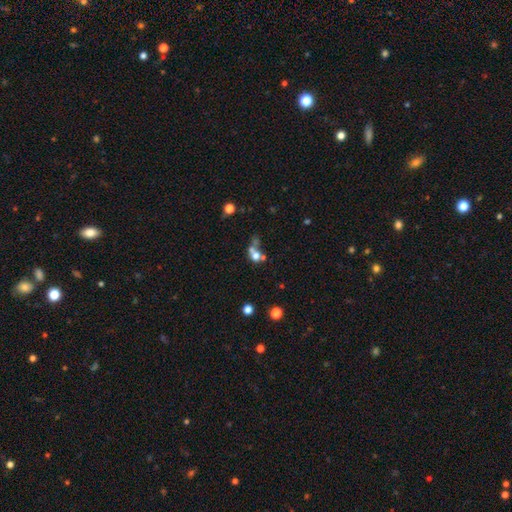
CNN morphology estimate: Smooth or featured: smooth — 60% (featured or disk — 21%)
How rounded: round — 64% (in between — 33%)
Merging: merger — 53% (none — 29%)